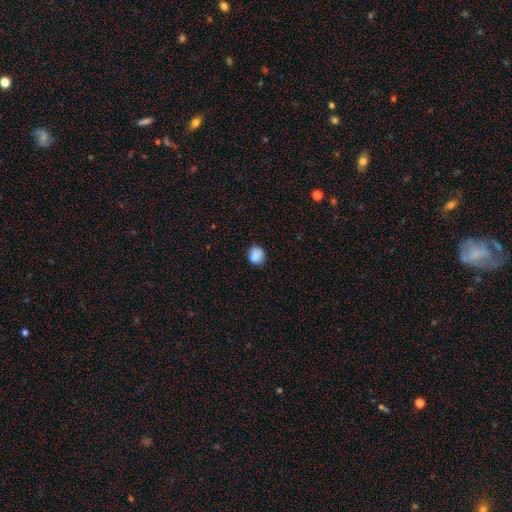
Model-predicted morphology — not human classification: This appears to be a smooth galaxy with no disk features (85%) that is round (78%). Merging: none (76%).